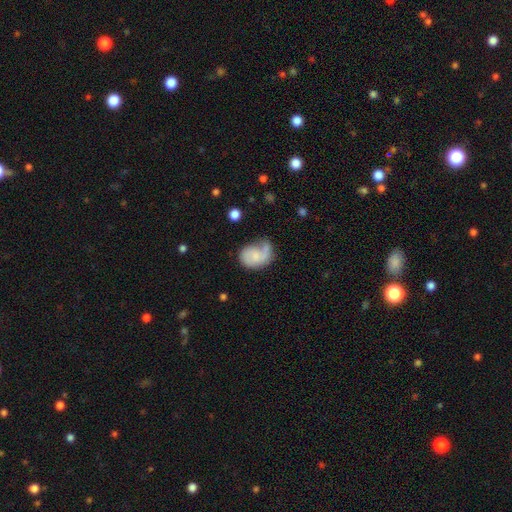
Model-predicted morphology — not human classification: This appears to be a smooth galaxy with no disk features (48%). Merging: none (36%).